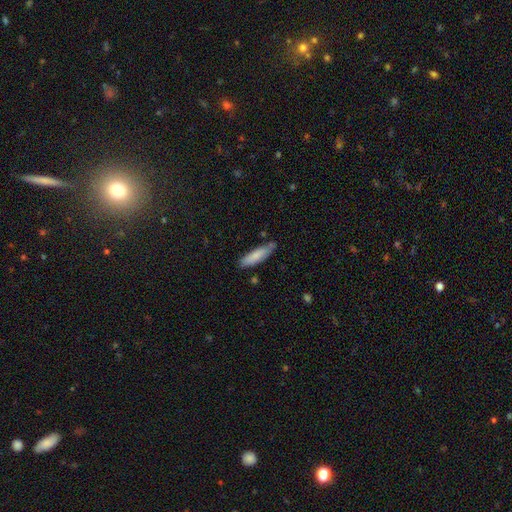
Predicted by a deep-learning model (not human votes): This is clearly a smooth galaxy (80%). How rounded: likely cigar-shaped (68%). Merging: likely none (75%).